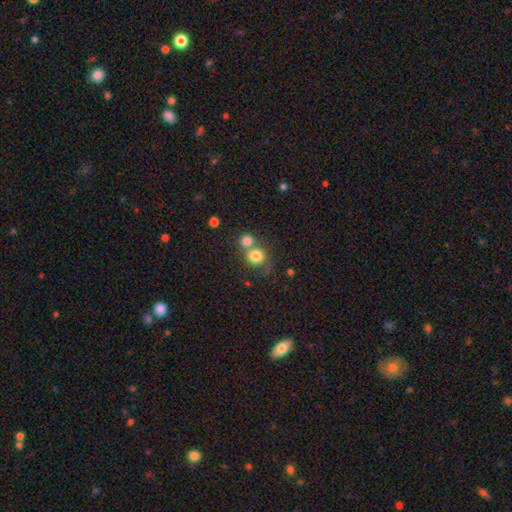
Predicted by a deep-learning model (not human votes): This appears to be a smooth galaxy with no disk features (78%) that is round (84%). Merging: merger (47%).